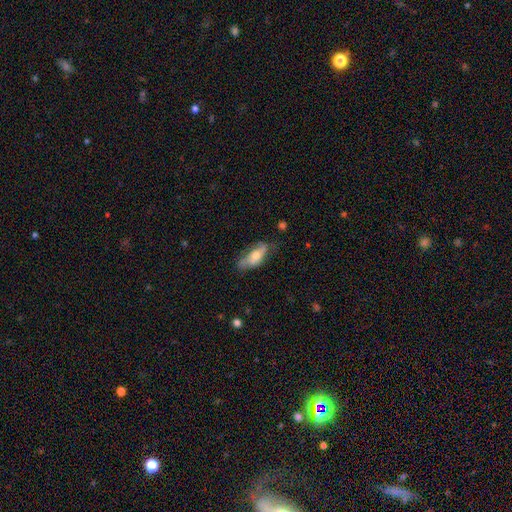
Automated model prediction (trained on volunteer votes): smooth-or-featured: smooth: 49% | featured or disk: 44% | star or artifact: 7%
  merging: none: 56% | minor disturbance: 31% | major disturbance: 12% | merger: 2%